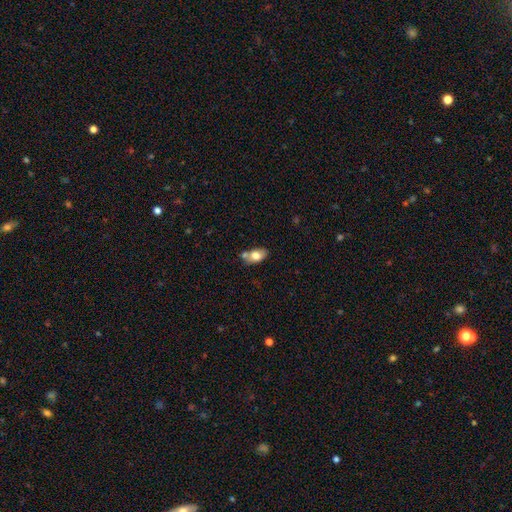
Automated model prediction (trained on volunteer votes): This appears to be a smooth galaxy with no disk features (72%) that is in between round and cigar-shaped (89%). Merging: none (55%).